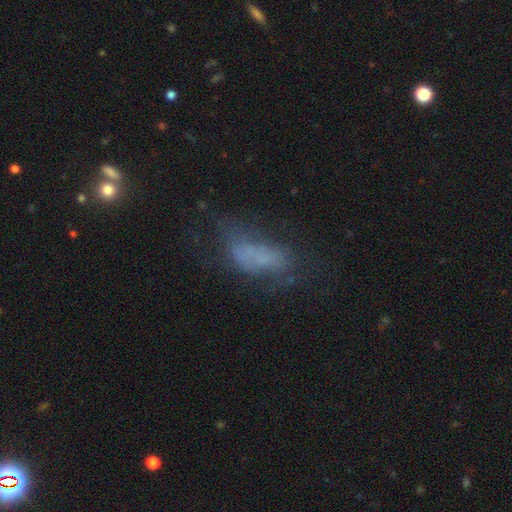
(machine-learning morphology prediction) Overall: smooth (47%; featured or disk 33%). Merging: none (37%; major disturbance 32%).